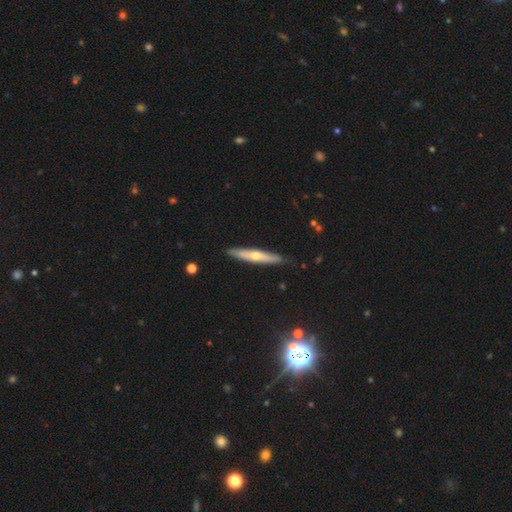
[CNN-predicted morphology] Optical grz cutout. It shows a featured or disk galaxy (56%) viewed edge-on (90%). Merging: none (89%).